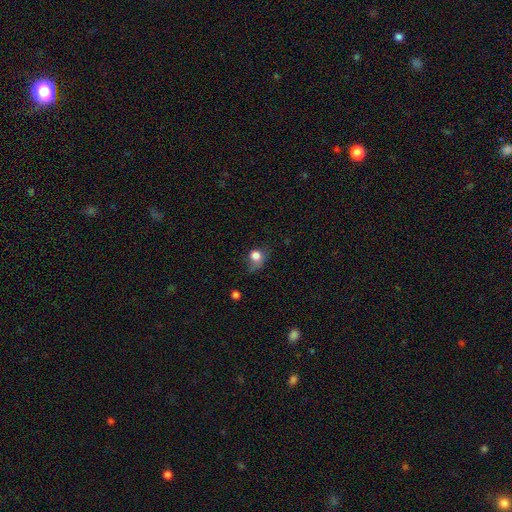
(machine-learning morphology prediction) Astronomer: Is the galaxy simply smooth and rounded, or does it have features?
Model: smooth — 78%.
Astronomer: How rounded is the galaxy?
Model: round — 70%.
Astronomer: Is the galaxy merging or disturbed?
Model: none — 37% (runner-up: minor disturbance, 33%).